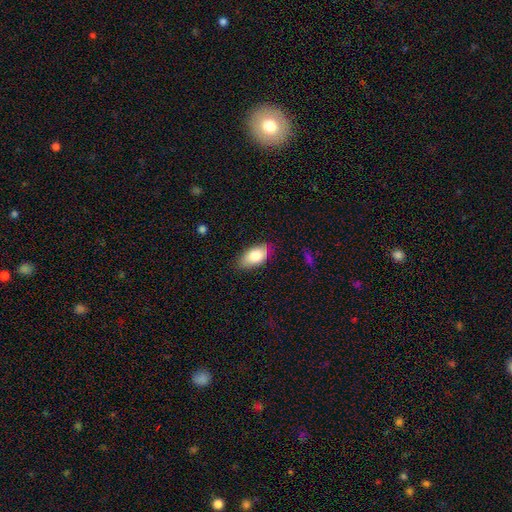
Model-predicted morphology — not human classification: smooth 81%, featured or disk 12%, star or artifact 7%. Down the decision tree: how rounded — in between (92%); merging — none (74%).